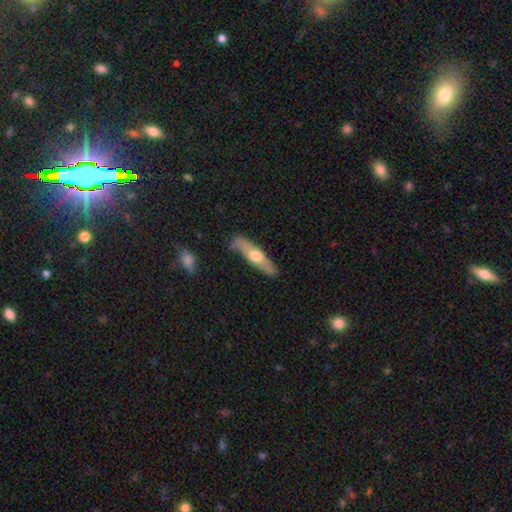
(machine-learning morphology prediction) Smooth or featured? featured or disk (50%)
Merging? none (74%)